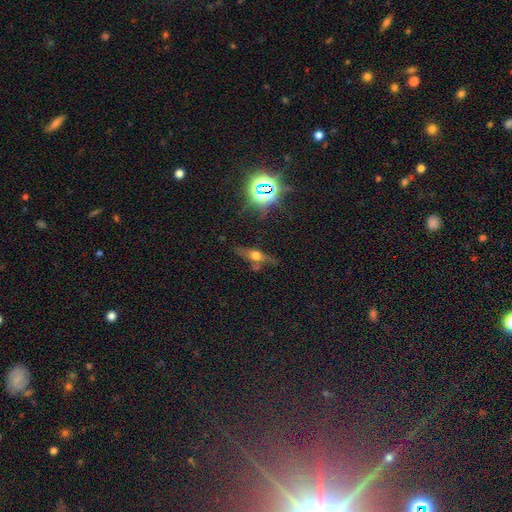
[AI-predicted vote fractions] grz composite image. It shows a featured or disk galaxy (41%). Merging: none (60%).